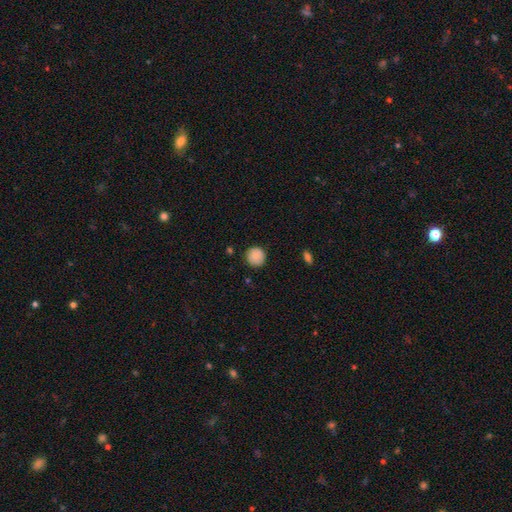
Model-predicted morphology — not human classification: Smooth or featured? Predicted: smooth (p=0.88). How rounded? Predicted: round (p=0.93). Merging? Predicted: none (p=0.85).